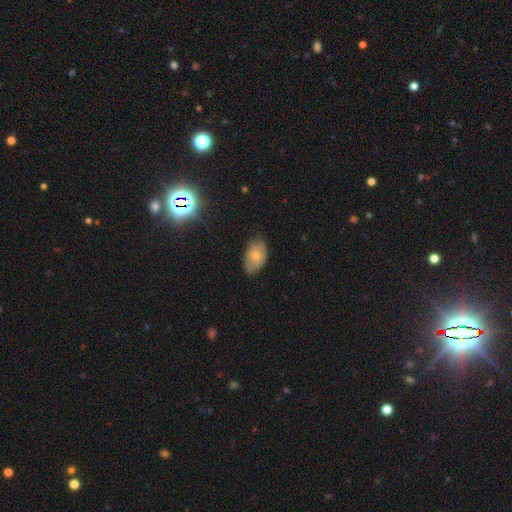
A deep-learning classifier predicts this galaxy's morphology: This is likely a smooth galaxy (69%). How rounded: clearly in between (90%). Merging: likely none (70%).